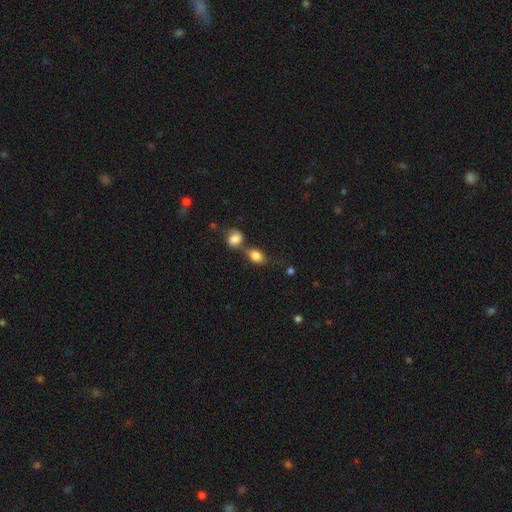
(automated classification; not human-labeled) smooth-or-featured: smooth: 83% | featured or disk: 9% | star or artifact: 8%
  how-rounded: in between: 76% | round: 21% | cigar-shaped: 2%
  merging: merger: 42% | none: 40% | minor disturbance: 13% | major disturbance: 6%